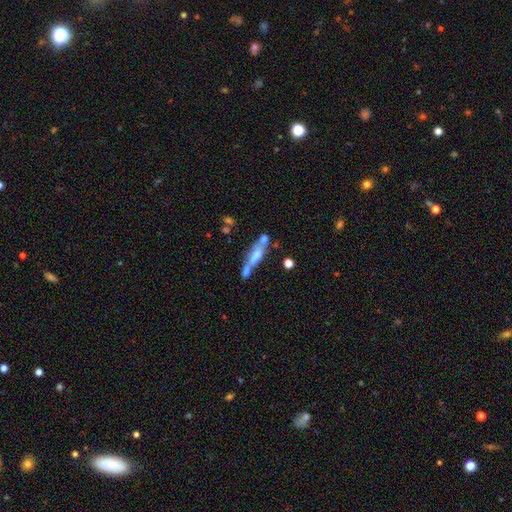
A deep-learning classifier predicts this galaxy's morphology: This appears to be a smooth galaxy with no disk features (50%) that is cigar-shaped (58%). Merging: merger (41%).